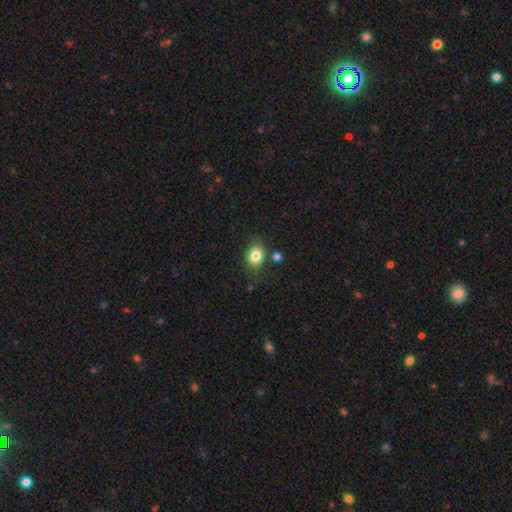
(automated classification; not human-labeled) A smooth galaxy with no disk features (82%) that is in between round and cigar-shaped (59%). Merging: none (77%).